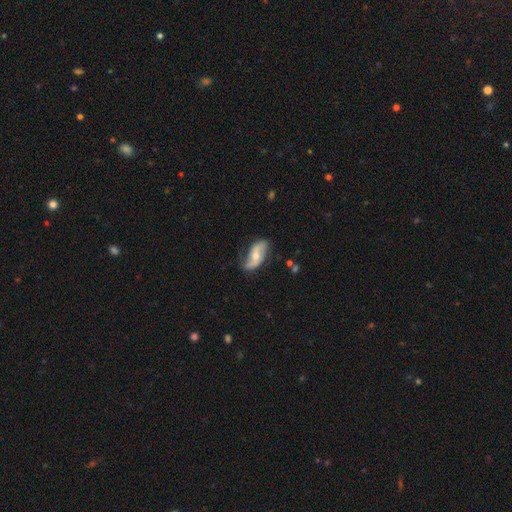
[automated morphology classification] smooth_or_featured: featured or disk (p=0.70) [alt: smooth p=0.24]
disk_edge_on: no (p=0.90) [alt: yes p=0.10]
bar: no (p=0.49) [alt: weak p=0.32]
has_spiral_arms: yes (p=0.87) [alt: no p=0.13]
spiral_winding: loose (p=0.64) [alt: medium p=0.25]
spiral_arm_count: 2 (p=0.87) [alt: can't tell p=0.07]
bulge_size: moderate (p=0.57) [alt: small p=0.38]
merging: none (p=0.69) [alt: minor disturbance p=0.22]